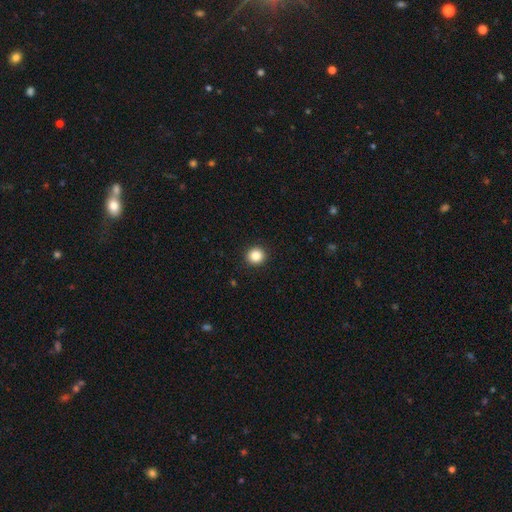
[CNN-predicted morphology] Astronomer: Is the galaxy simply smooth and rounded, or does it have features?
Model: smooth — 86%.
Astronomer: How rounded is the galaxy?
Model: round — 92%.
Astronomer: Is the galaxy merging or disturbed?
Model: none — 93%.